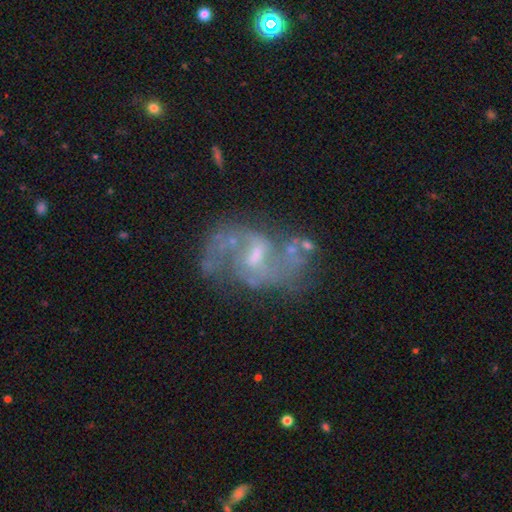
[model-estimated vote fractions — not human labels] featured or disk 84%, star or artifact 9%, smooth 7%. Down the decision tree: edge-on disk — no (97%); bar — weak (59%); spiral arms — yes (90%); spiral arm count — 2 (82%); spiral winding — medium (47%); bulge size — small (49%); merging — none (61%).